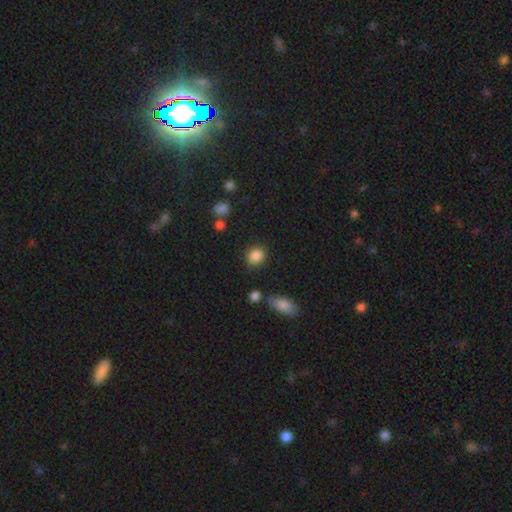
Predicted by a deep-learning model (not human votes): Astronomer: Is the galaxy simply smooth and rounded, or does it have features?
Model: smooth — 86%.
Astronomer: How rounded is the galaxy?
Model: round — 70%.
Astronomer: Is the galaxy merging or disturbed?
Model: none — 79%.